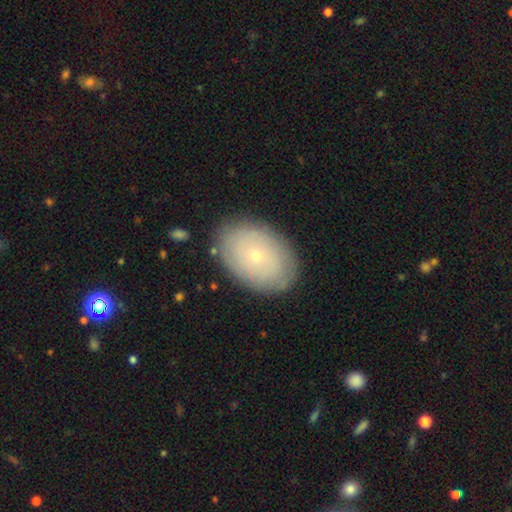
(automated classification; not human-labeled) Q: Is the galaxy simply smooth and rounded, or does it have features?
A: smooth — 58%.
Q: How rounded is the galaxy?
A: in between — 83%.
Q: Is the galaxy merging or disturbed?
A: none — 85%.